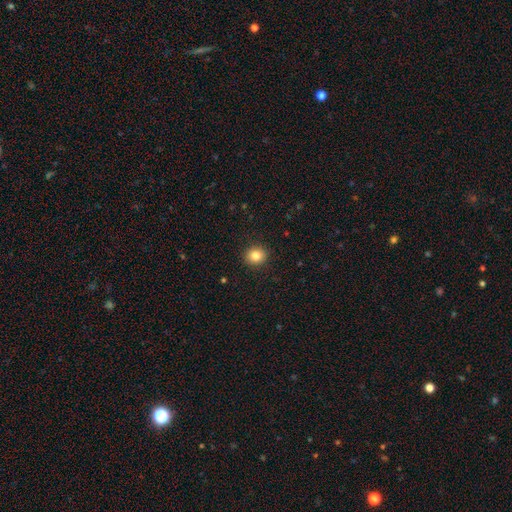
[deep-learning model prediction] Smooth or featured? Predicted: smooth (p=0.84). How rounded? Predicted: round (p=0.81). Merging? Predicted: none (p=0.92).